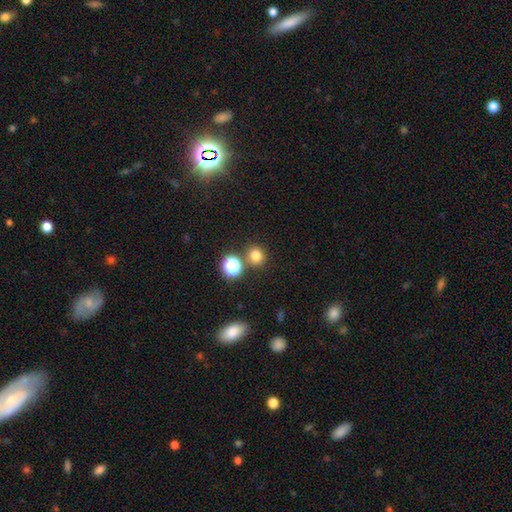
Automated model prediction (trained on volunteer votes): A smooth galaxy with no disk features (77%) that is round (81%). Merging: none (79%).